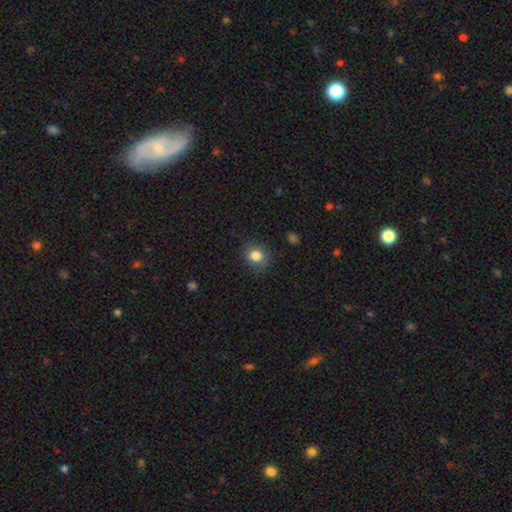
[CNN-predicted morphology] Smooth or featured? Predicted: smooth (p=0.82). How rounded? Predicted: round (p=0.74). Merging? Predicted: none (p=0.83).